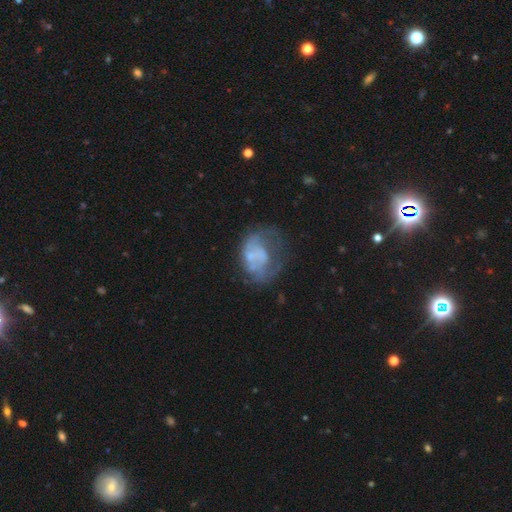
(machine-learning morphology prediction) Smooth or featured? featured or disk (58%)
Edge-on disk? no (98%)
Bar? no (82%)
Spiral arms? no (67%)
Bulge size? none (50%)
Merging? major disturbance (40%)